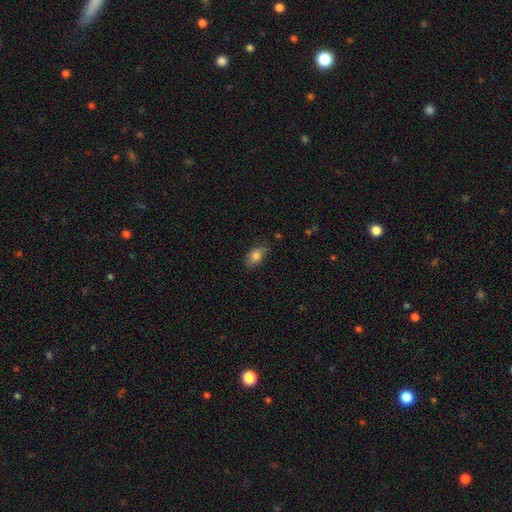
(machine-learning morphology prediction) Smooth or featured: smooth — 82% (featured or disk — 9%)
How rounded: in between — 85% (round — 11%)
Merging: none — 73% (minor disturbance — 21%)